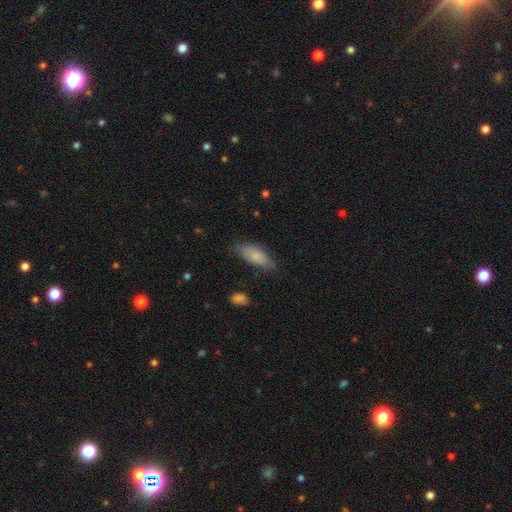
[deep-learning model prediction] The model was most divided on "merging": none: 72%, minor disturbance: 21%, major disturbance: 5%, merger: 2%. More confident: smooth or featured — smooth (80%); how rounded — in between (77%).